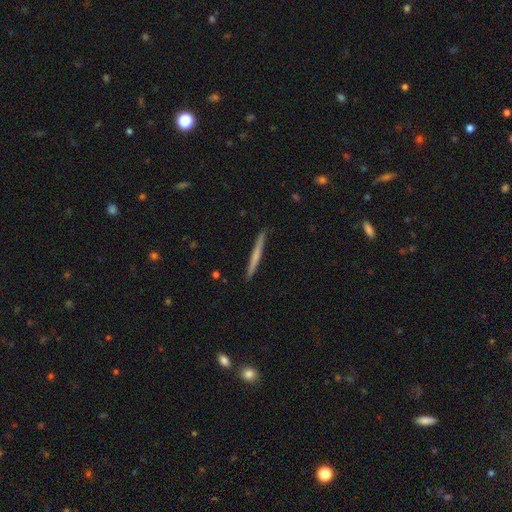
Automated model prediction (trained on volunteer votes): A smooth galaxy with no disk features (55%) that is cigar-shaped (97%).

Vote fractions:
- Smooth or featured? smooth: 55% / featured or disk: 40% / star or artifact: 5%
- How rounded? cigar-shaped: 97% / in between: 2% / round: 1%
- Merging? none: 91% / minor disturbance: 6% / major disturbance: 1% / merger: 1%